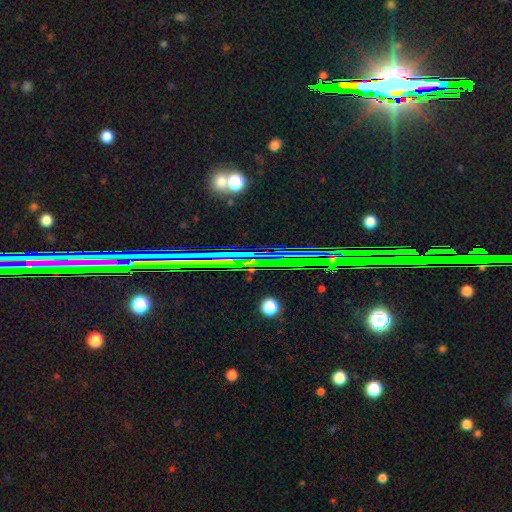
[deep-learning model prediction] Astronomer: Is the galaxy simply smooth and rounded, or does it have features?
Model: star or artifact — 81%.